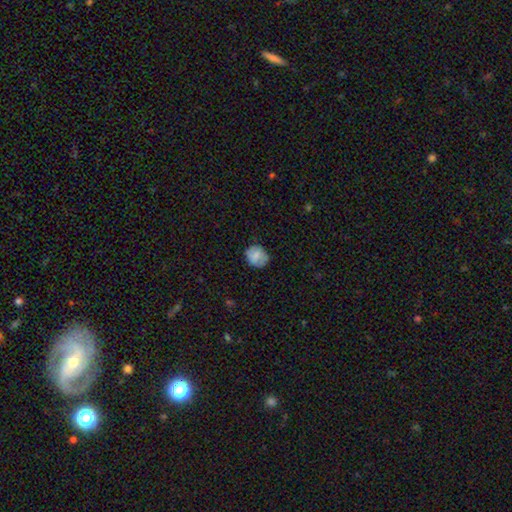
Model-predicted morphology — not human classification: The model was most divided on "how rounded": round: 63%, in between: 36%, cigar-shaped: 1%. More confident: smooth or featured — smooth (77%); merging — none (76%).